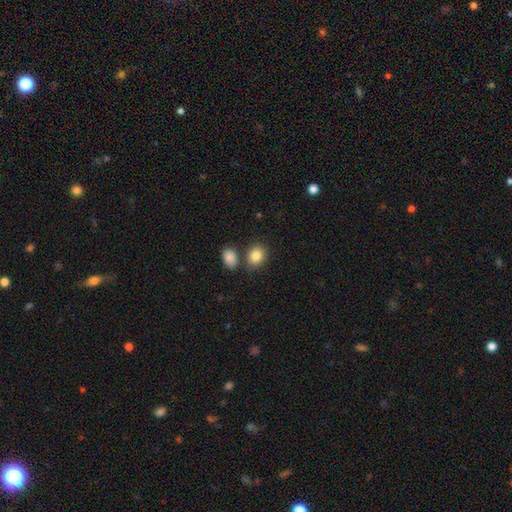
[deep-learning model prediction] Smooth or featured: smooth — 85% (star or artifact — 9%)
How rounded: round — 50% (in between — 49%)
Merging: none — 68% (merger — 18%)